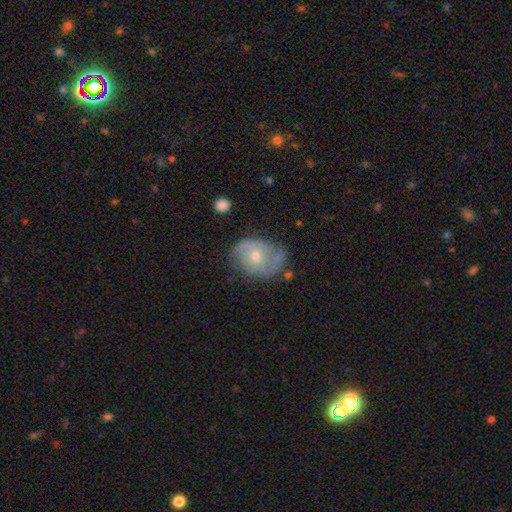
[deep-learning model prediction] Q: Smooth or featured?
A: featured or disk (60%); runner-up: smooth (32%)
Q: Edge-on disk?
A: no (96%); runner-up: yes (4%)
Q: Bar?
A: no (76%); runner-up: weak (20%)
Q: Spiral arms?
A: yes (74%); runner-up: no (26%)
Q: Bulge size?
A: moderate (50%); runner-up: small (46%)
Q: Merging?
A: none (56%); runner-up: minor disturbance (29%)